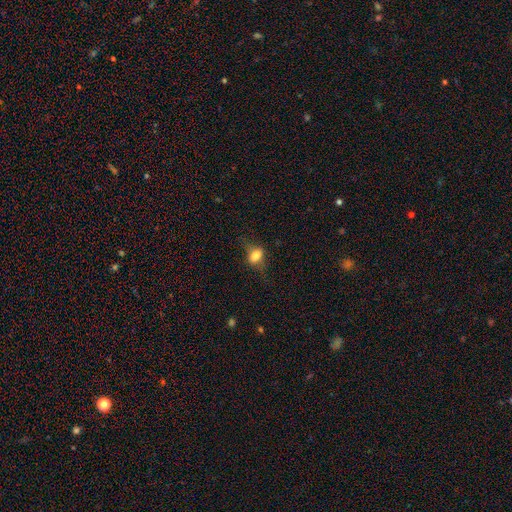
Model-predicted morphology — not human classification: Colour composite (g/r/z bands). It shows a smooth galaxy with no disk features (70%) that is in between round and cigar-shaped (73%). Merging: none (62%).